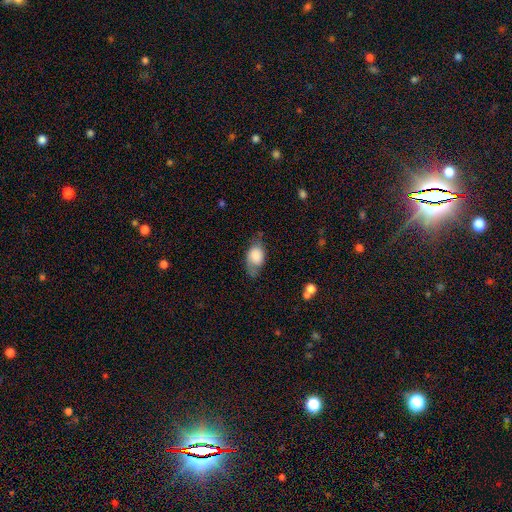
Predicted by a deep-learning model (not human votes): This is likely a smooth galaxy (73%). How rounded: clearly in between (87%). Merging: possibly none (54%).